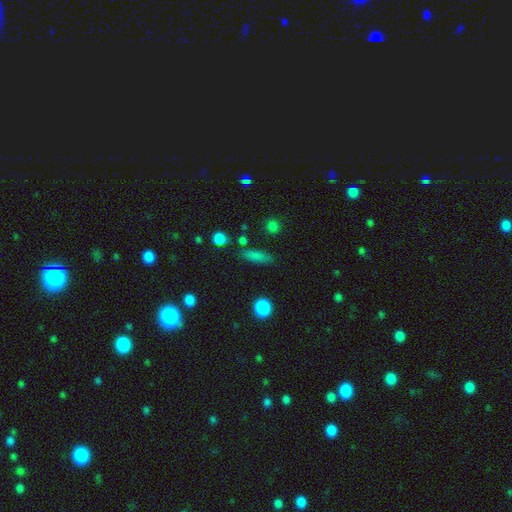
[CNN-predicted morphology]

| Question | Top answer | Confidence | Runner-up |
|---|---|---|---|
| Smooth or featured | smooth | 79% | featured or disk (11%) |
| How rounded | cigar-shaped | 56% | in between (39%) |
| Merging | none | 79% | minor disturbance (13%) |